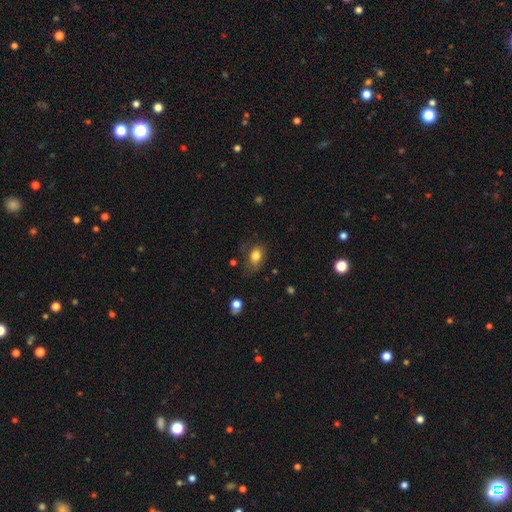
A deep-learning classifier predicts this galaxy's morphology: A smooth galaxy with no disk features (79%) that is in between round and cigar-shaped (78%). Merging: none (59%).